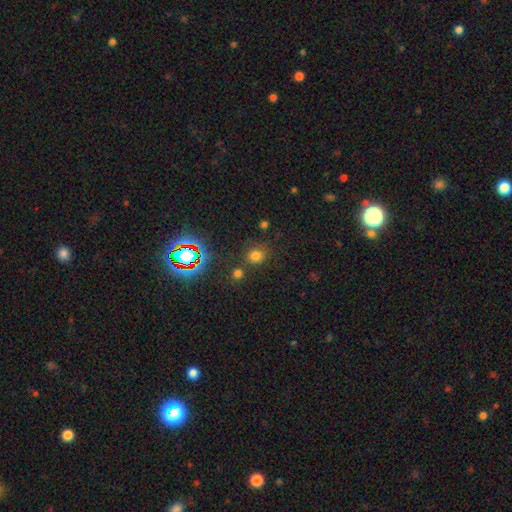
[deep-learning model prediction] Overall: smooth (70%). How rounded: round (77%). Merging: none (75%).